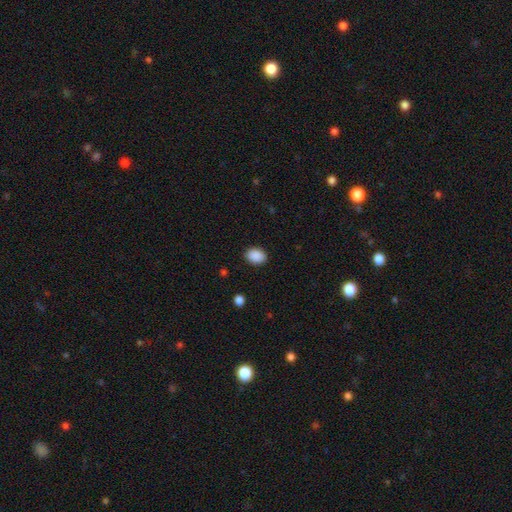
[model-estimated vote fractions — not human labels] A smooth galaxy with no disk features (90%) that is in between round and cigar-shaped (66%).

Vote fractions:
- Smooth or featured? smooth: 90% / star or artifact: 8% / featured or disk: 2%
- How rounded? in between: 66% / round: 33% / cigar-shaped: 1%
- Merging? none: 89% / minor disturbance: 8% / major disturbance: 2% / merger: 1%